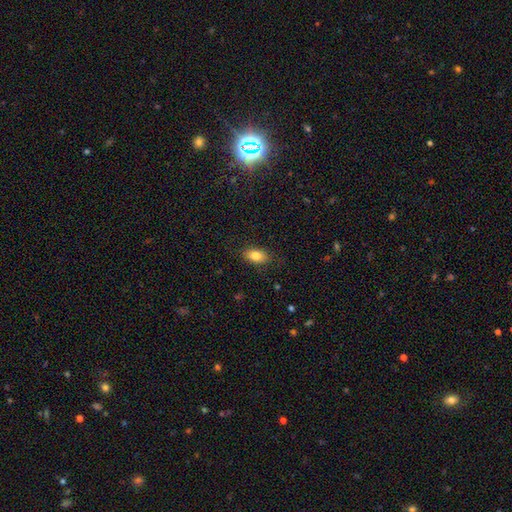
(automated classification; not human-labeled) smooth_or_featured: smooth (p=0.82) [alt: featured or disk p=0.10]
how_rounded: in between (p=0.88) [alt: round p=0.08]
merging: none (p=0.85) [alt: minor disturbance p=0.11]